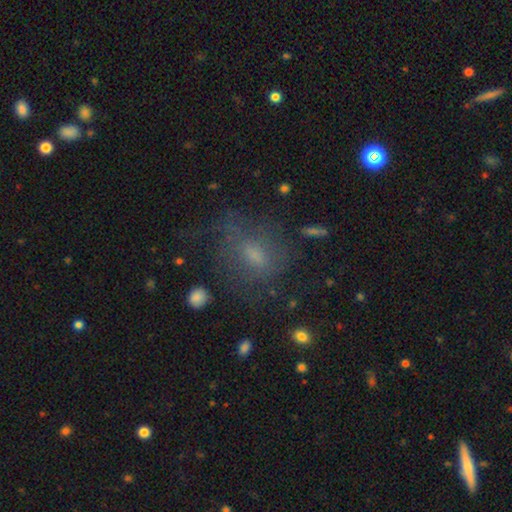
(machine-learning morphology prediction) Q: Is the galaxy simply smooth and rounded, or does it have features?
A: smooth — 51%.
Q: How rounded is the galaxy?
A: in between — 65%.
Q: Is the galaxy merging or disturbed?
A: none — 51%.